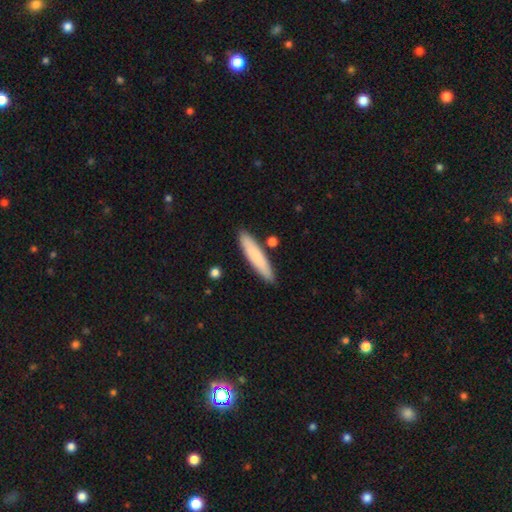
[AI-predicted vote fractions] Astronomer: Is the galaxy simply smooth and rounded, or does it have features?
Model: smooth — 78%.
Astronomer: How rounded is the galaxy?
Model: cigar-shaped — 87%.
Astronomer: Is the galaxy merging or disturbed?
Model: none — 85%.